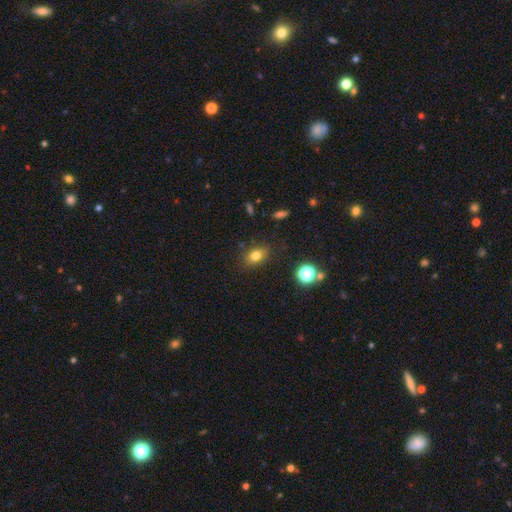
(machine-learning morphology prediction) smooth-or-featured: smooth: 77% | star or artifact: 14% | featured or disk: 10%
  how-rounded: in between: 72% | round: 26% | cigar-shaped: 2%
  merging: none: 82% | minor disturbance: 12% | major disturbance: 3% | merger: 2%